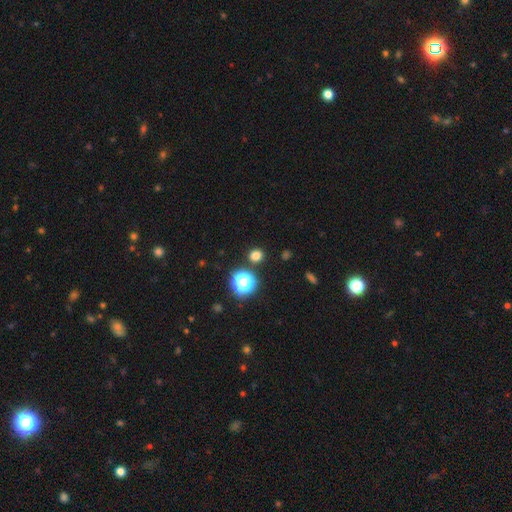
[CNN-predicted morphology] type=smooth (75%); roundness=round (84%); merging=none (87%).